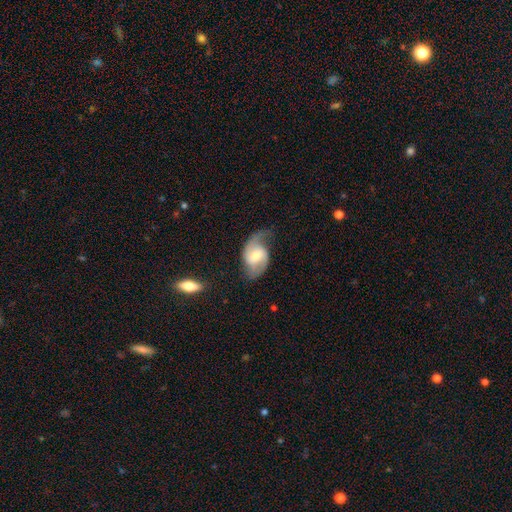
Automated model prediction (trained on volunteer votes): Overall: featured or disk (78%). Edge-on disk: no (97%). Bar: weak (50%; no 34%). Spiral arms: yes (93%). Spiral arm count: 2 (85%). Spiral winding: loose (47%; medium 41%). Bulge size: moderate (60%; small 30%). Merging: none (58%; minor disturbance 25%).